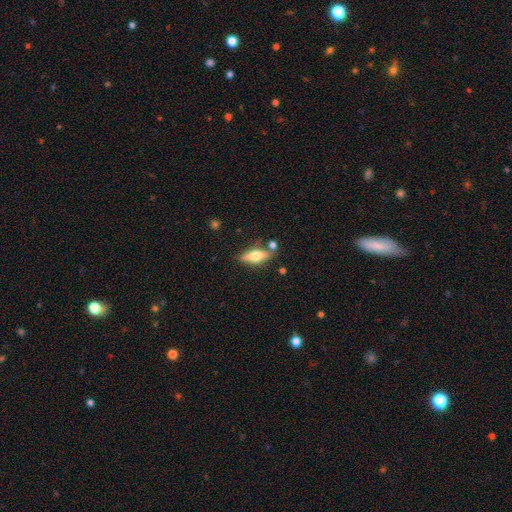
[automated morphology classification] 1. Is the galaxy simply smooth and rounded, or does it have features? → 56% smooth, 38% featured or disk, 7% star or artifact.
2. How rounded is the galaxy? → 64% in between, 32% cigar-shaped, 4% round.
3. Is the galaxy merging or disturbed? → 74% none, 14% minor disturbance, 9% merger, 4% major disturbance.